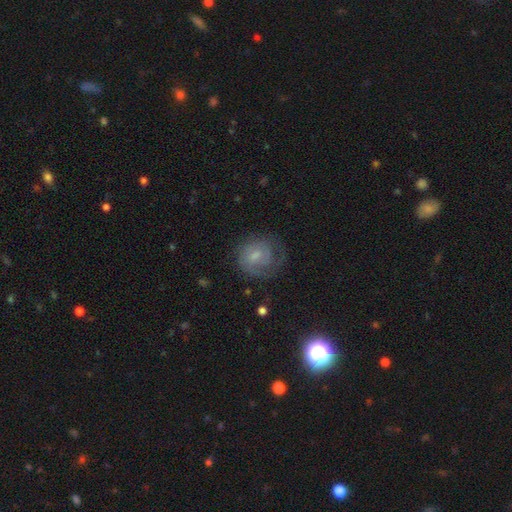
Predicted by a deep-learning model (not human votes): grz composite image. It shows a featured or disk galaxy (56%) with no bar (53%), spiral arms (80%) and a small central bulge (44%). Merging: none (58%).